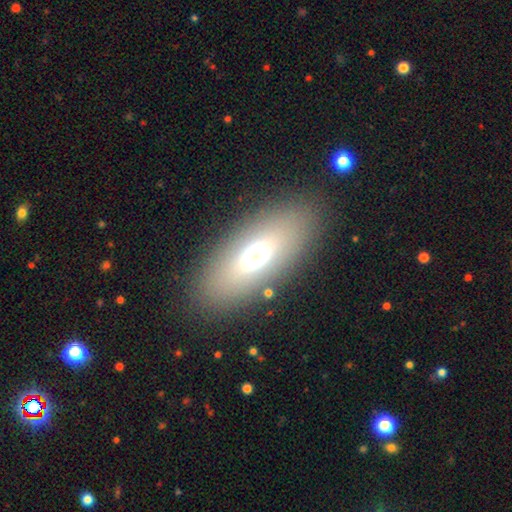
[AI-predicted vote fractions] Smooth or featured?
  - smooth: 65% *
  - featured or disk: 23%
  - star or artifact: 11%
How rounded?
  - in between: 82% *
  - cigar-shaped: 14%
  - round: 4%
Merging?
  - none: 86% *
  - minor disturbance: 8%
  - major disturbance: 4%
  - merger: 2%